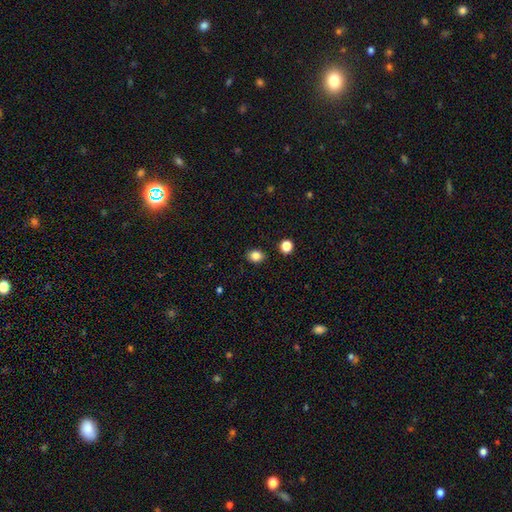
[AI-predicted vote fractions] Q: Smooth or featured?
A: smooth (84%); runner-up: star or artifact (11%)
Q: How rounded?
A: in between (52%); runner-up: round (47%)
Q: Merging?
A: none (87%); runner-up: minor disturbance (9%)